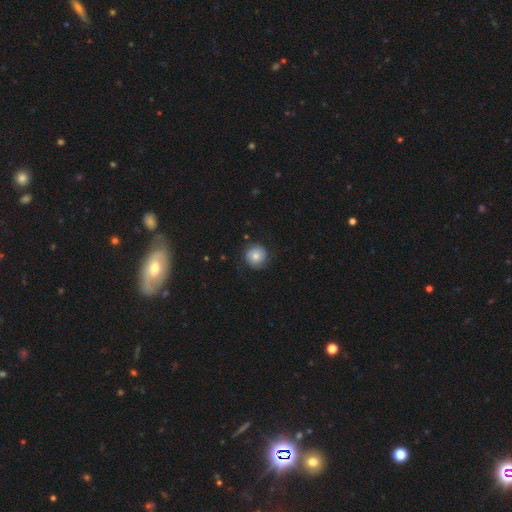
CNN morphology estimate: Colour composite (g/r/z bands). It shows a smooth galaxy with no disk features (62%) that is round (93%). Merging: none (77%).